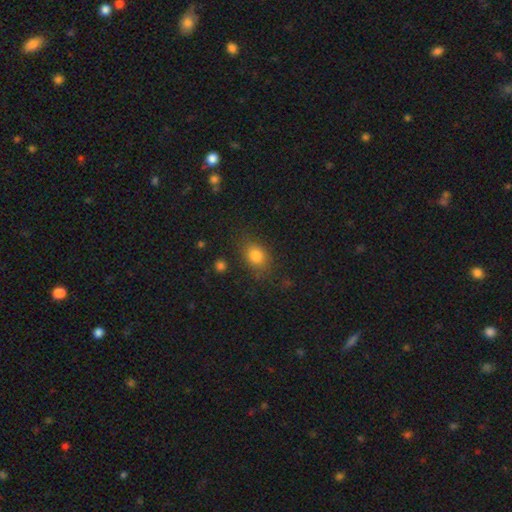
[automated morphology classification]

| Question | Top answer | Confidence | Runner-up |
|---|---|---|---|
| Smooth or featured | smooth | 81% | star or artifact (11%) |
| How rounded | in between | 59% | round (40%) |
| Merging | none | 75% | minor disturbance (17%) |